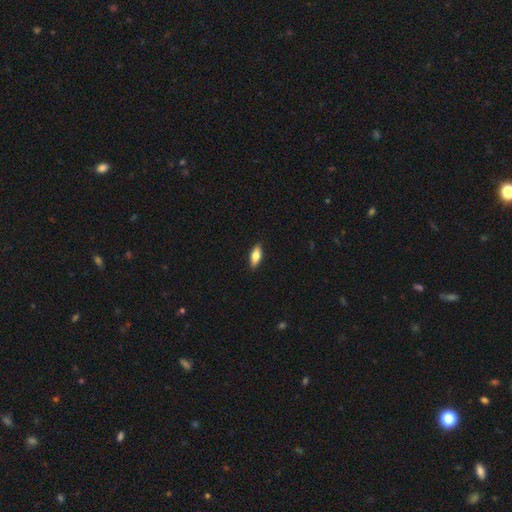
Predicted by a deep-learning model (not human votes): This appears to be a smooth galaxy with no disk features (72%) that is in between round and cigar-shaped (76%). Merging: none (89%).